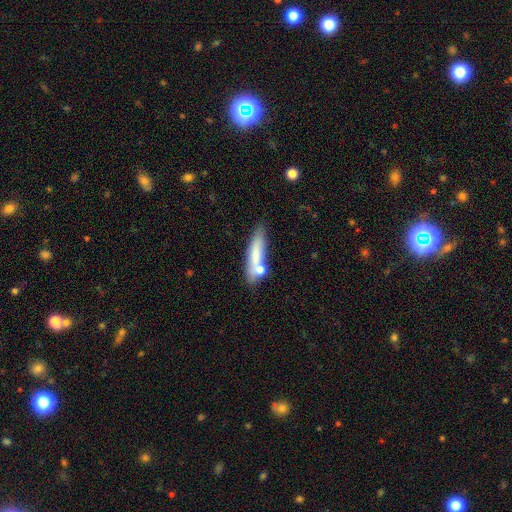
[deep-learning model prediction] A smooth galaxy with no disk features (69%) that is cigar-shaped (71%). Merging: none (58%).